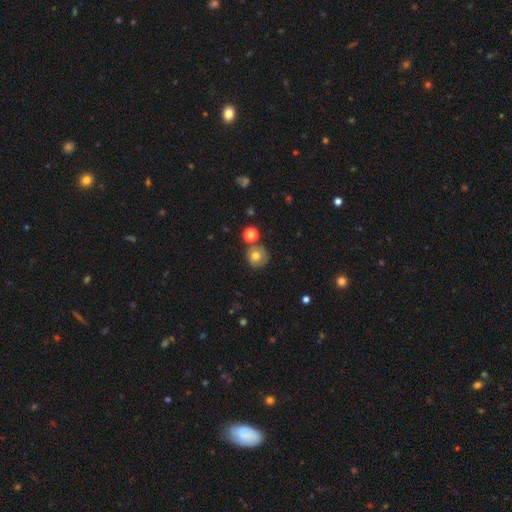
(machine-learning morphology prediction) This is likely a smooth galaxy (72%). How rounded: clearly round (90%). Merging: likely none (73%).